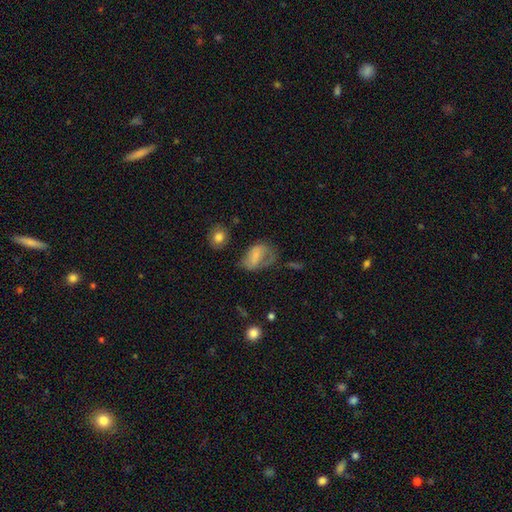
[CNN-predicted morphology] This is possibly a smooth galaxy (59%). How rounded: clearly in between (83%). Merging: marginally none (35%).